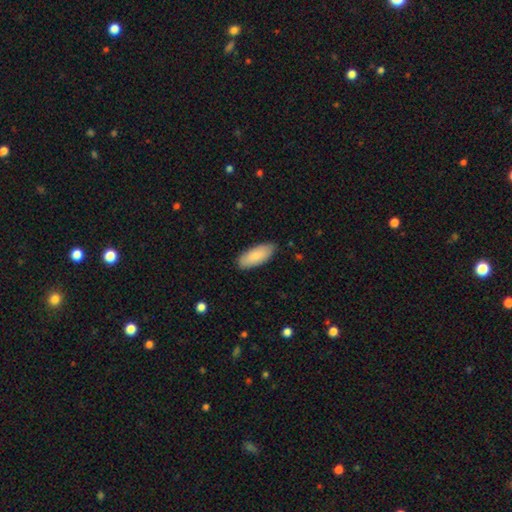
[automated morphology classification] Overall: smooth (85%). How rounded: in between (83%). Merging: none (85%).